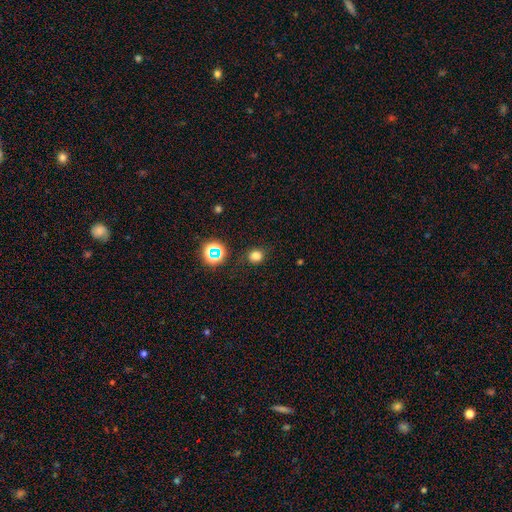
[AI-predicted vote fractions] smooth 76%, star or artifact 19%, featured or disk 5%. Down the decision tree: how rounded — round (81%); merging — none (85%).